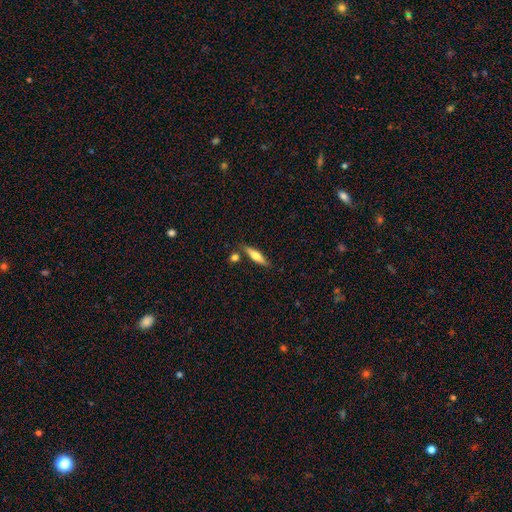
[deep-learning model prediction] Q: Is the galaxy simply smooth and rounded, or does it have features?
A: smooth — 54%.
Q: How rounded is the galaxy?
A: cigar-shaped — 76%.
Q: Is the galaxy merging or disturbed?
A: none — 78%.